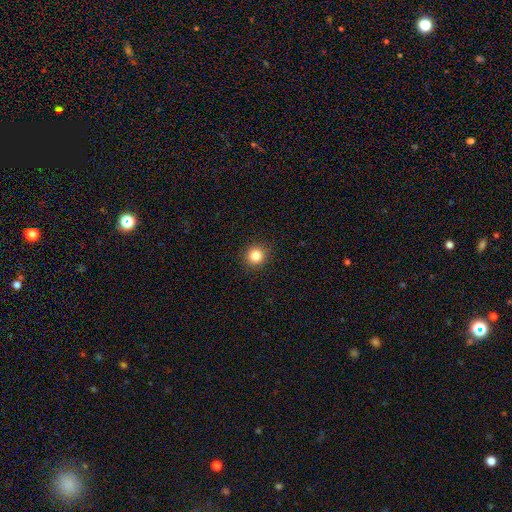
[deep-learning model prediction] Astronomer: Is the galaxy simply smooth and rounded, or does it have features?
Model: smooth — 84%.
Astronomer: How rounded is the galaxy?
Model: round — 91%.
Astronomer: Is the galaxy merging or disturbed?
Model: none — 91%.